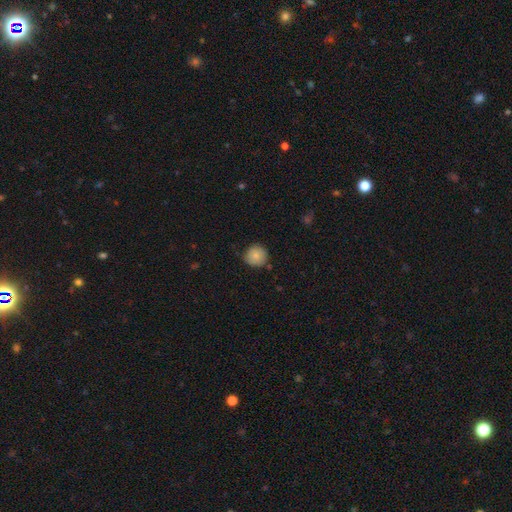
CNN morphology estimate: A smooth galaxy with no disk features (84%) that is round (93%). Merging: none (80%).